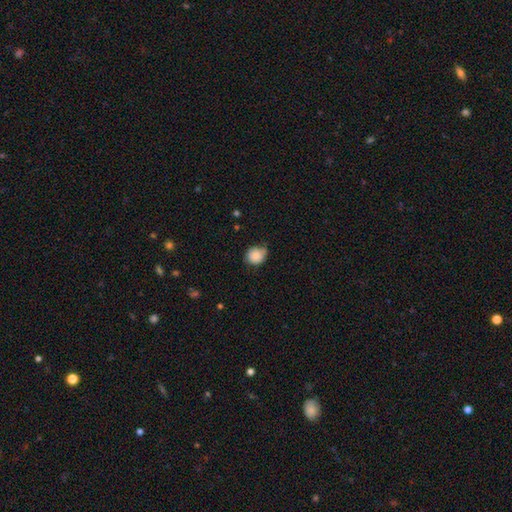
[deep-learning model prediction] smooth-or-featured: smooth: 85% | star or artifact: 9% | featured or disk: 7%
  how-rounded: round: 82% | in between: 17% | cigar-shaped: 1%
  merging: none: 59% | minor disturbance: 32% | major disturbance: 6% | merger: 4%